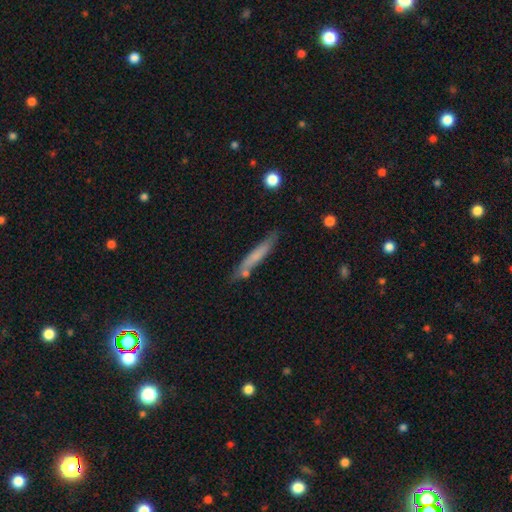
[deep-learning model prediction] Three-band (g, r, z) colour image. It shows a smooth galaxy with no disk features (65%) that is cigar-shaped (93%). Merging: none (74%).